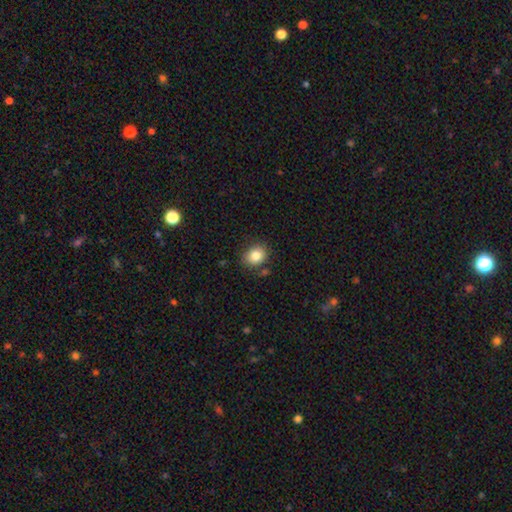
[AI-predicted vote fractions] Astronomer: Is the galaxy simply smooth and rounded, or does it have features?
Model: smooth — 83%.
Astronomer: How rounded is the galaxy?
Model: round — 55% (runner-up: in between, 44%).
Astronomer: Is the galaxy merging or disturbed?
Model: none — 80%.